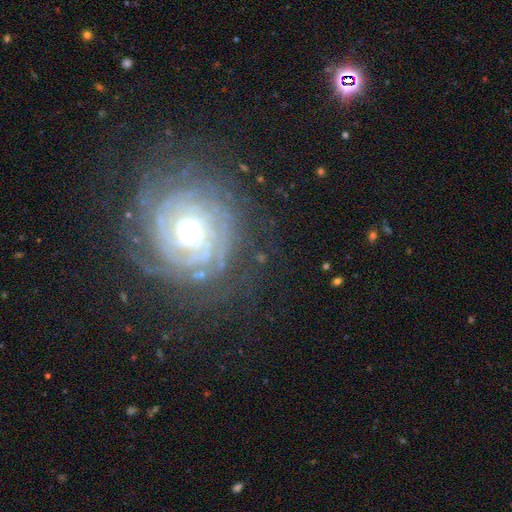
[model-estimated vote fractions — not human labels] Smooth or featured: featured or disk — 77% (star or artifact — 12%)
Edge-on disk: no — 96% (yes — 4%)
Bar: no — 57% (weak — 27%)
Spiral arms: yes — 88% (no — 12%)
Spiral winding: tight — 82% (medium — 14%)
Spiral arm count: can't tell — 38% (2 — 17%)
Bulge size: moderate — 62% (large — 20%)
Merging: none — 79% (minor disturbance — 12%)